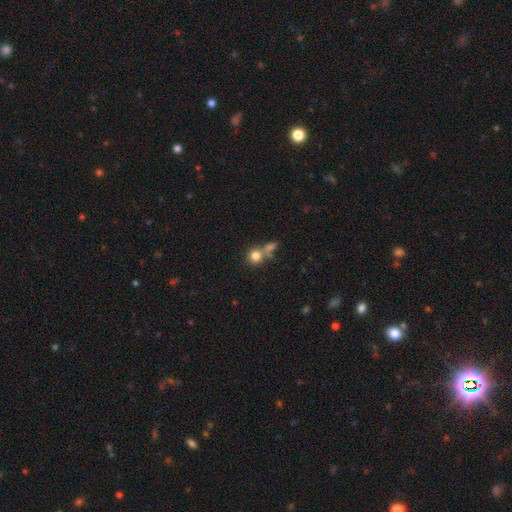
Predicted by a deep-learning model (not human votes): Smooth or featured? smooth (80%)
How rounded? round (87%)
Merging? none (49%)